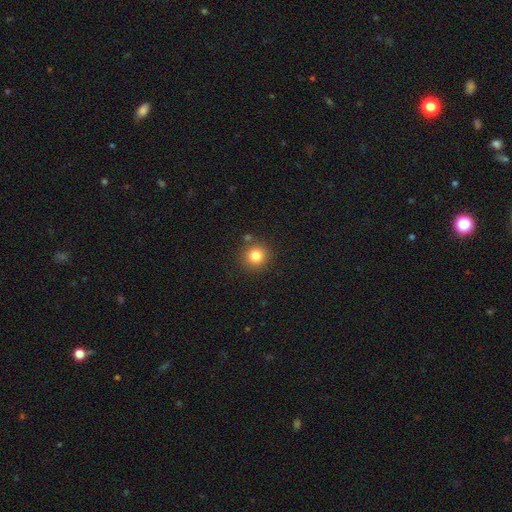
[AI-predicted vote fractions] The model was most divided on "smooth or featured": smooth: 82%, star or artifact: 12%, featured or disk: 6%. More confident: how rounded — round (92%); merging — none (83%).